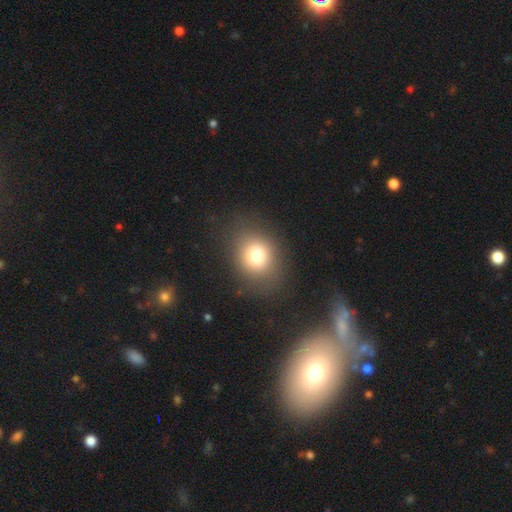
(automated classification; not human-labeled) Smooth or featured: smooth — 74% (star or artifact — 14%)
How rounded: round — 63% (in between — 36%)
Merging: none — 81% (minor disturbance — 11%)